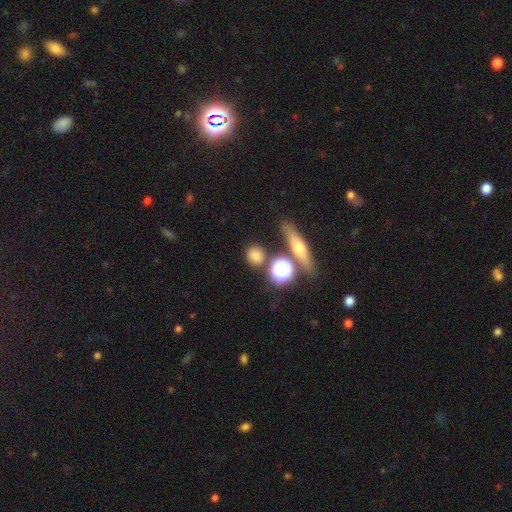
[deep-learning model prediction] Smooth or featured? Predicted: smooth (p=0.77). How rounded? Predicted: round (p=0.81). Merging? Predicted: none (p=0.80).